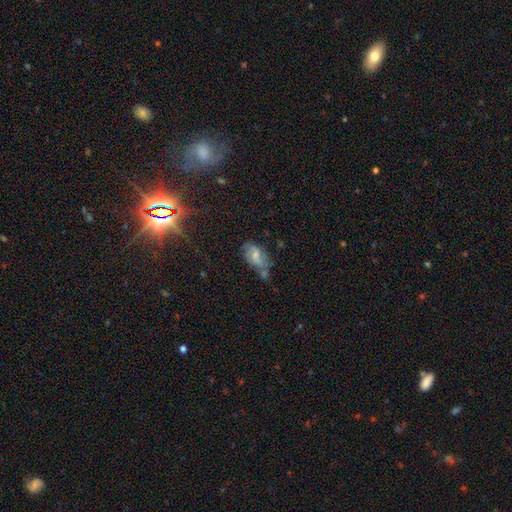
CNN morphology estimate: smooth-or-featured: smooth: 48% | featured or disk: 42% | star or artifact: 11%
  merging: none: 44% | minor disturbance: 28% | merger: 15% | major disturbance: 12%